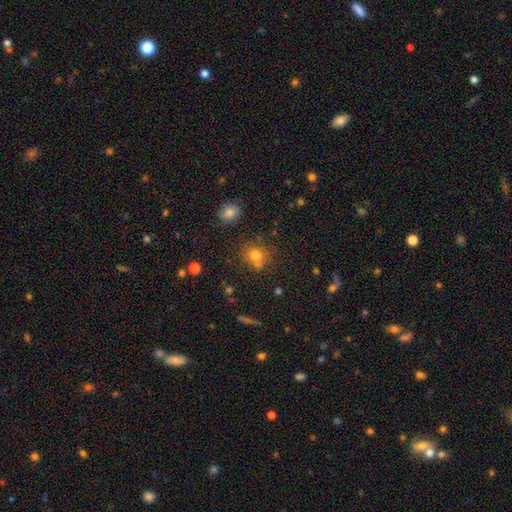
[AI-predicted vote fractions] This appears to be a smooth galaxy with no disk features (74%) that is round (78%). Merging: none (65%).